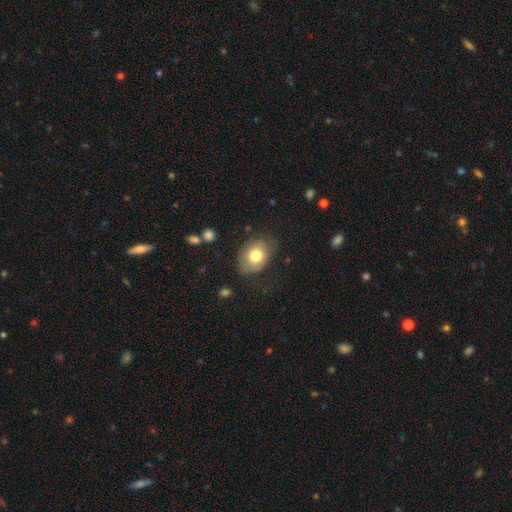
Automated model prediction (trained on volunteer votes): Q: Smooth or featured?
A: smooth (76%); runner-up: featured or disk (16%)
Q: How rounded?
A: in between (65%); runner-up: round (34%)
Q: Merging?
A: none (71%); runner-up: minor disturbance (20%)